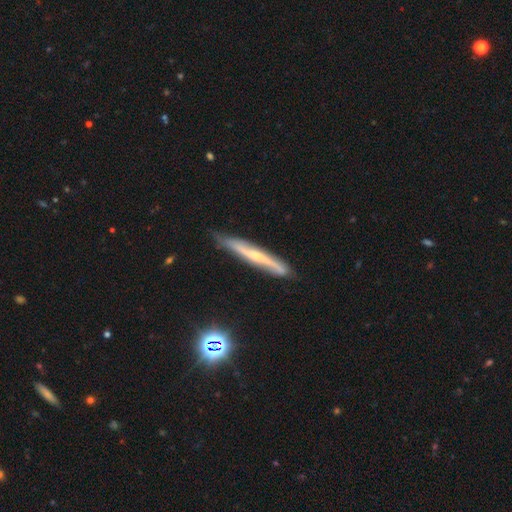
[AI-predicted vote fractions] Morphology: type=featured or disk (63%); edge-on=yes (94%); edge-on bulge=rounded (61%); merging=none (86%).